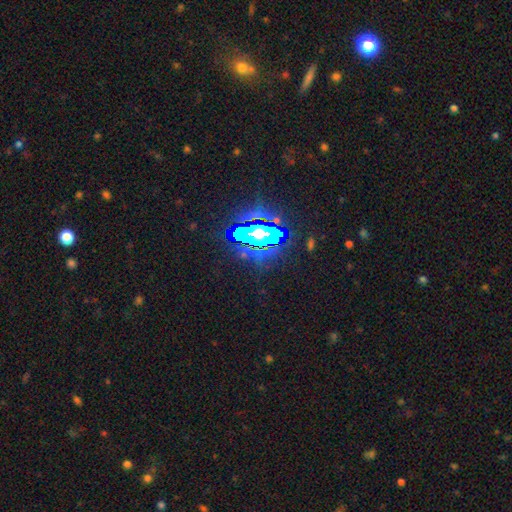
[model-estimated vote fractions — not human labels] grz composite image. It shows a star or artifact, not a galaxy (81%).